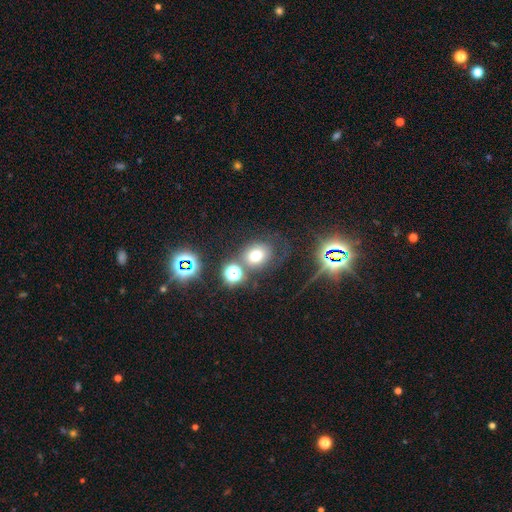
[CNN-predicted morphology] A smooth galaxy with no disk features (64%) that is round (55%). Merging: none (58%).